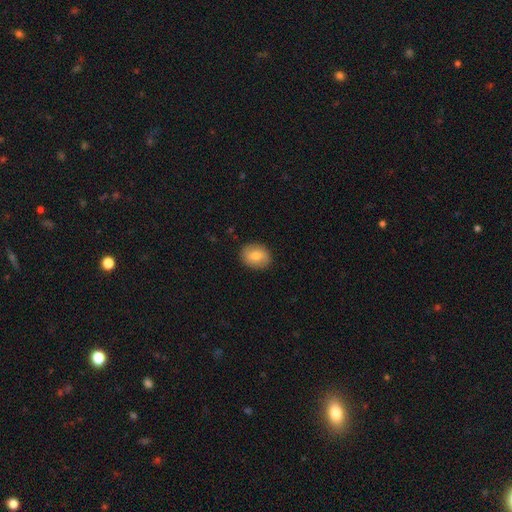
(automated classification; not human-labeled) Smooth or featured? Predicted: smooth (p=0.71). How rounded? Predicted: round (p=0.52). Merging? Predicted: none (p=0.88).